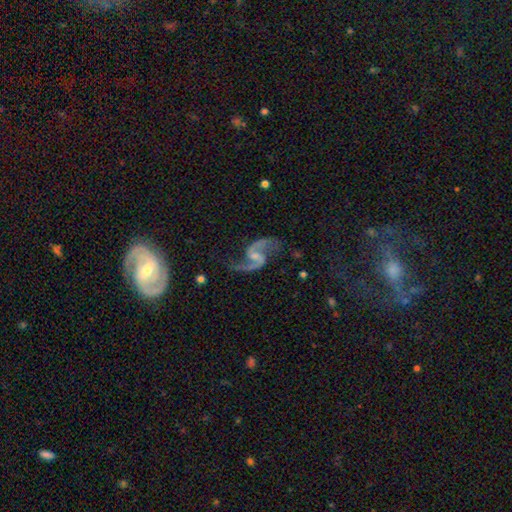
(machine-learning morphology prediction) Q: Smooth or featured?
A: featured or disk (92%); runner-up: star or artifact (4%)
Q: Edge-on disk?
A: no (98%); runner-up: yes (2%)
Q: Bar?
A: weak (51%); runner-up: no (34%)
Q: Spiral arms?
A: yes (97%); runner-up: no (3%)
Q: Spiral winding?
A: loose (70%); runner-up: medium (26%)
Q: Spiral arm count?
A: 2 (94%); runner-up: 1 (2%)
Q: Bulge size?
A: small (49%); runner-up: moderate (26%)
Q: Merging?
A: none (72%); runner-up: minor disturbance (15%)